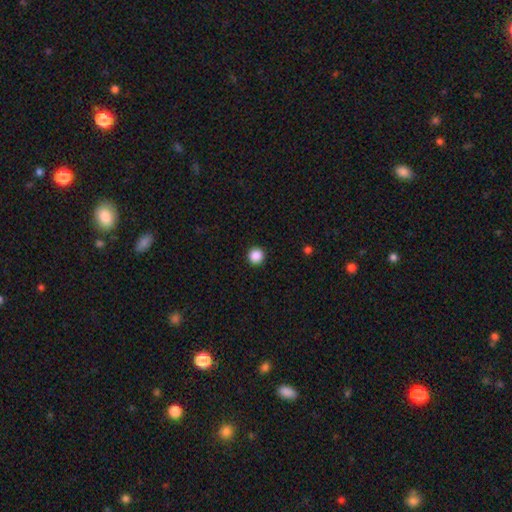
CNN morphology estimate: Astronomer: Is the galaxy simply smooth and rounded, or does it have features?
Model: smooth — 88%.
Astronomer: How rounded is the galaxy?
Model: round — 96%.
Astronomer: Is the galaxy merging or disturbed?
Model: none — 94%.